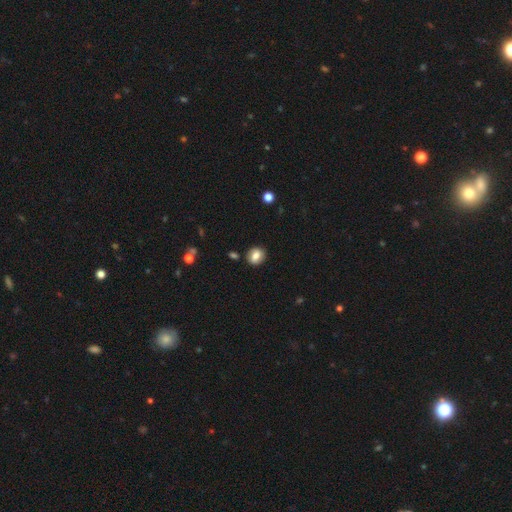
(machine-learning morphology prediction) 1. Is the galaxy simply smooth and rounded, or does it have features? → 78% smooth, 13% featured or disk, 9% star or artifact.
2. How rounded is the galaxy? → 66% round, 33% in between, 1% cigar-shaped.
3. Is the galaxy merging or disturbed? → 84% none, 10% minor disturbance, 3% merger, 3% major disturbance.